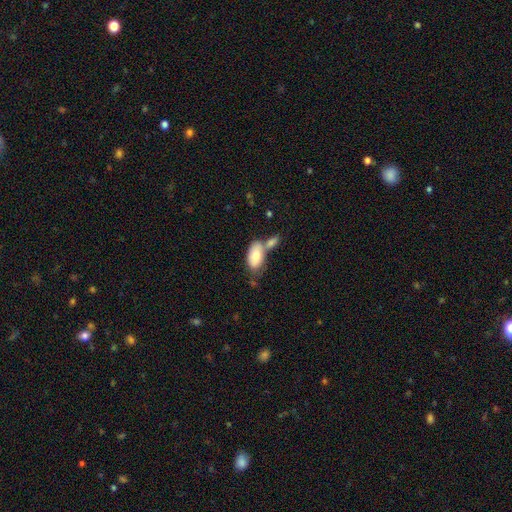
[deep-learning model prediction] smooth-or-featured: smooth: 77% | featured or disk: 17% | star or artifact: 6%
  how-rounded: in between: 93% | round: 4% | cigar-shaped: 3%
  merging: merger: 45% | none: 36% | minor disturbance: 14% | major disturbance: 5%